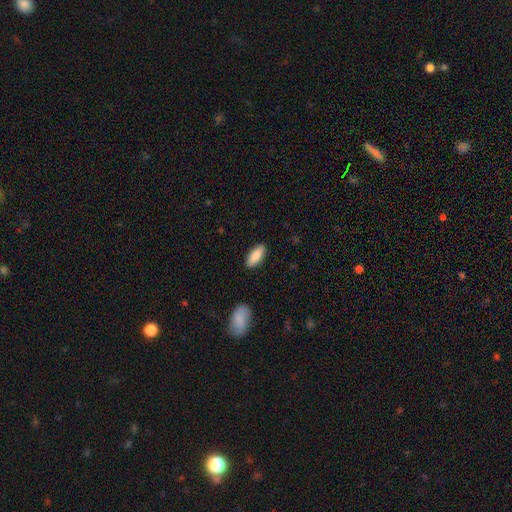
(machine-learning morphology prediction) Smooth or featured? Predicted: smooth (p=0.85). How rounded? Predicted: in between (p=0.77). Merging? Predicted: none (p=0.89).